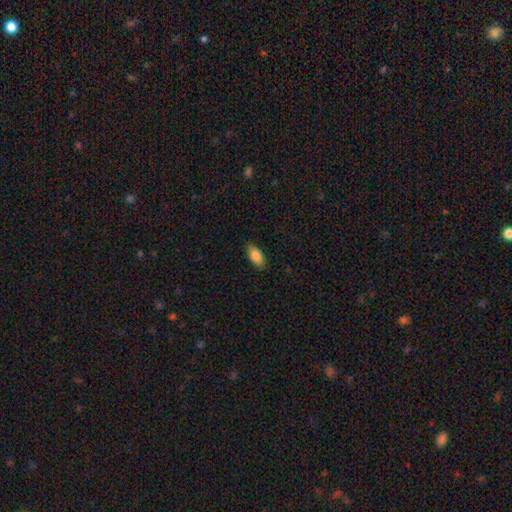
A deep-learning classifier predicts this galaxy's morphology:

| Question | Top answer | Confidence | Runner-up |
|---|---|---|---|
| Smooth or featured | smooth | 85% | featured or disk (9%) |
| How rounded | in between | 90% | cigar-shaped (8%) |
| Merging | none | 88% | minor disturbance (10%) |